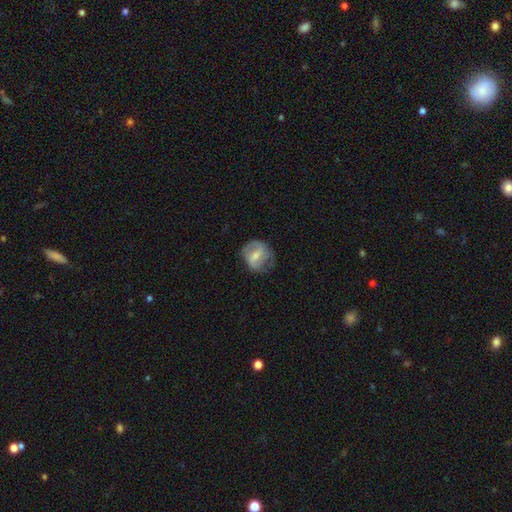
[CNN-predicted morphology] A featured or disk galaxy (63%) with a weak bar (47%), spiral arms (78%) and a small central bulge (47%). Merging: none (61%).